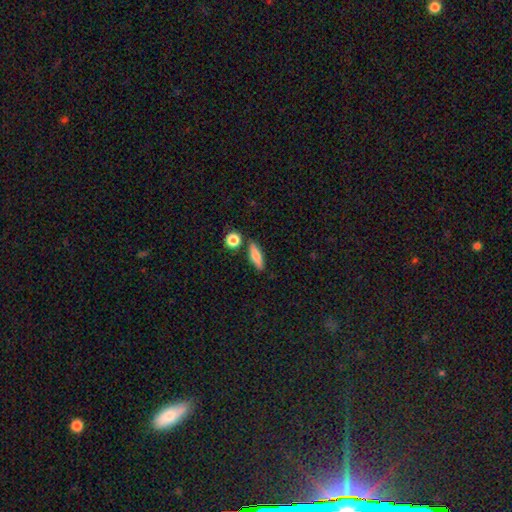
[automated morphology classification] A smooth galaxy with no disk features (74%) that is cigar-shaped (53%). Merging: none (81%).